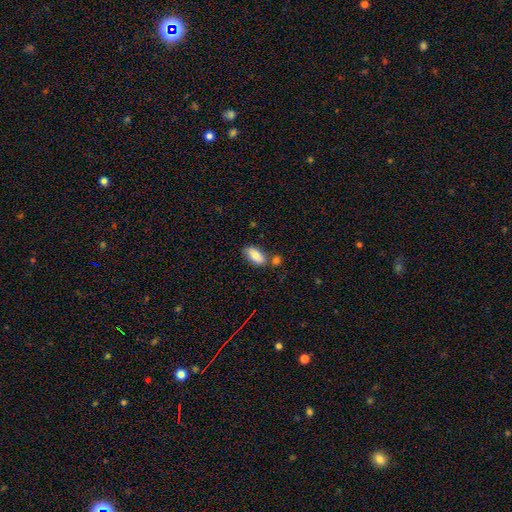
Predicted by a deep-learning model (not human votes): smooth-or-featured: smooth: 82% | featured or disk: 11% | star or artifact: 7%
  how-rounded: in between: 89% | cigar-shaped: 8% | round: 3%
  merging: none: 66% | merger: 16% | minor disturbance: 15% | major disturbance: 3%